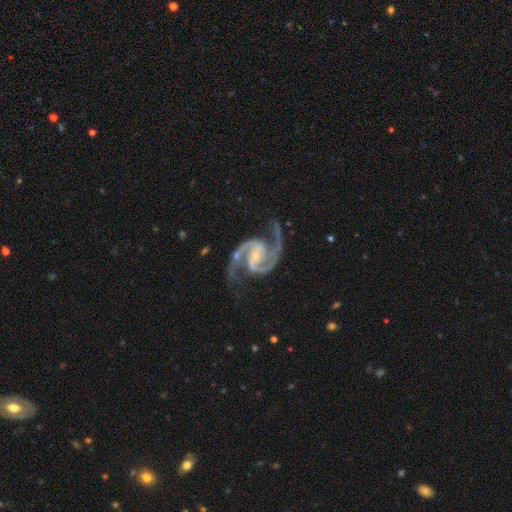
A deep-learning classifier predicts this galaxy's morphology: This is clearly a featured or disk galaxy (95%). It is clearly not viewed edge-on (98%). Bar: possibly no (51%). Spiral arm pattern: clearly yes (99%). Spiral arm count: clearly 2 (94%). Spiral winding: likely medium (67%). Central bulge: likely small (64%). Merging: likely none (75%).